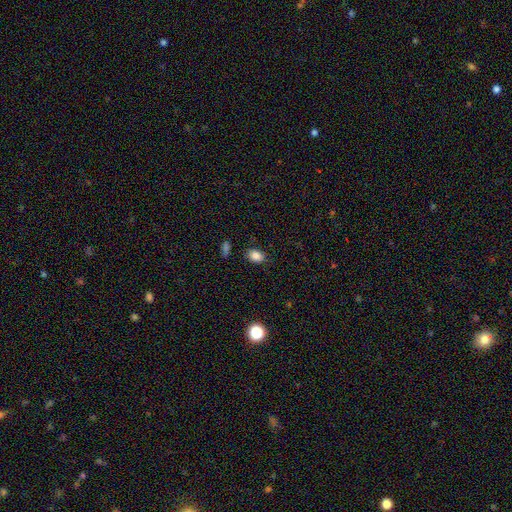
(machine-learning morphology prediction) smooth-or-featured: smooth: 85% | star or artifact: 11% | featured or disk: 4%
  how-rounded: in between: 73% | round: 25% | cigar-shaped: 1%
  merging: none: 82% | minor disturbance: 13% | major disturbance: 3% | merger: 2%